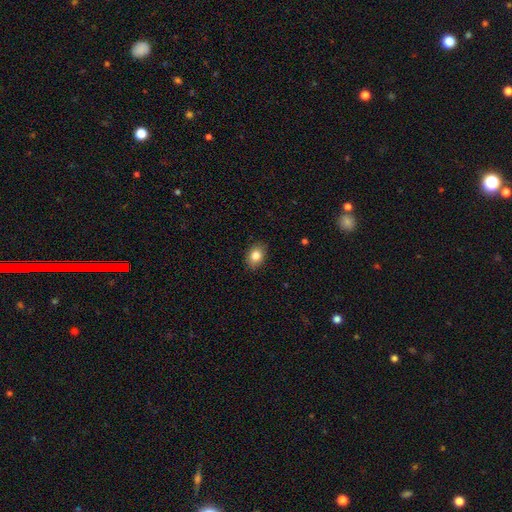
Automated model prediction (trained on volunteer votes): A smooth galaxy with no disk features (82%) that is in between round and cigar-shaped (73%).

Vote fractions:
- Smooth or featured? smooth: 82% / featured or disk: 9% / star or artifact: 9%
- How rounded? in between: 73% / round: 26% / cigar-shaped: 1%
- Merging? none: 87% / minor disturbance: 10% / major disturbance: 2% / merger: 1%